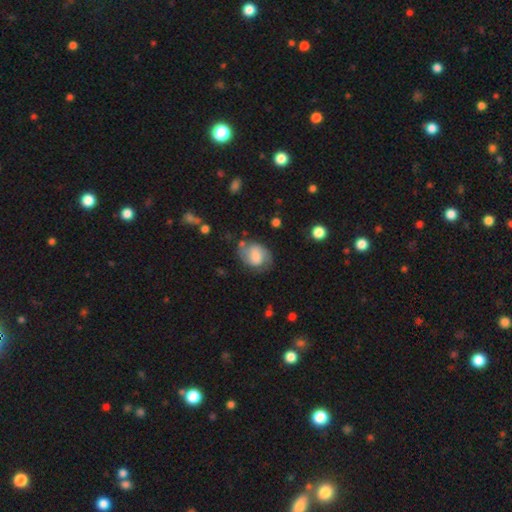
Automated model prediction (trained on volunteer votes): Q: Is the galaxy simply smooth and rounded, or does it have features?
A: smooth — 46%, tied with featured or disk.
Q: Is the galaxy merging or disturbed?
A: none — 57%.